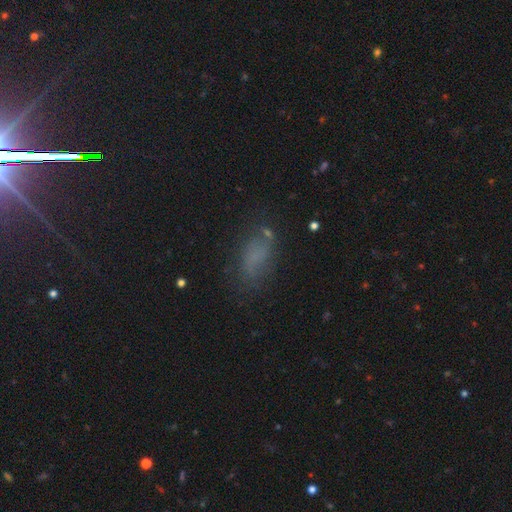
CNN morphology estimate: Smooth or featured? Predicted: smooth (p=0.60). How rounded? Predicted: in between (p=0.85). Merging? Predicted: none (p=0.58).